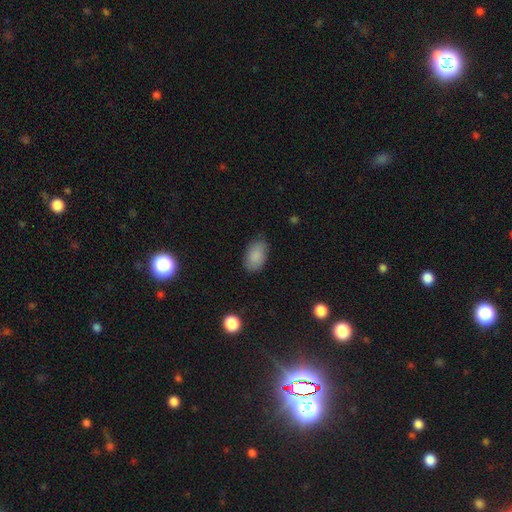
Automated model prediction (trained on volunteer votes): smooth_or_featured: smooth (p=0.86) [alt: star or artifact p=0.07]
how_rounded: in between (p=0.92) [alt: round p=0.07]
merging: none (p=0.80) [alt: minor disturbance p=0.16]